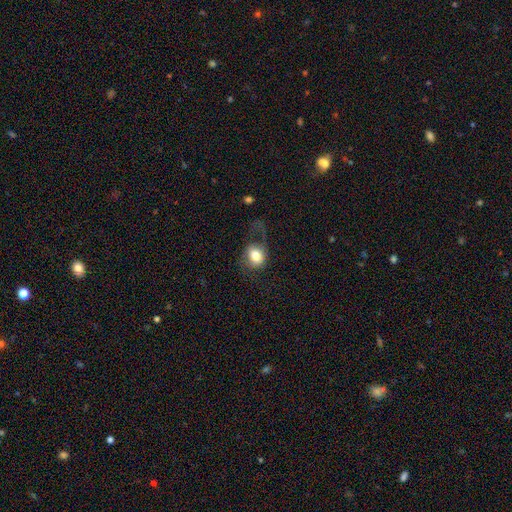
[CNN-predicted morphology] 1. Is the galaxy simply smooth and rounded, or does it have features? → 71% smooth, 20% featured or disk, 8% star or artifact.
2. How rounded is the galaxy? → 60% round, 39% in between, 1% cigar-shaped.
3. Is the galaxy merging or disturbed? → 41% major disturbance, 36% none, 20% minor disturbance, 3% merger.